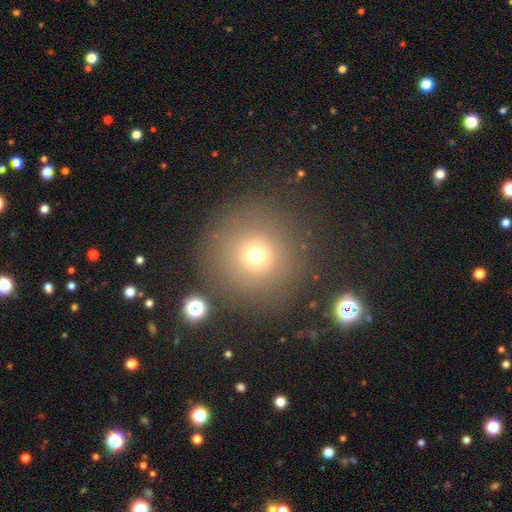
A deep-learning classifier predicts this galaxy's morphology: smooth-or-featured: smooth: 71% | star or artifact: 19% | featured or disk: 10%
  how-rounded: round: 95% | in between: 4% | cigar-shaped: 1%
  merging: none: 84% | minor disturbance: 7% | major disturbance: 5% | merger: 4%